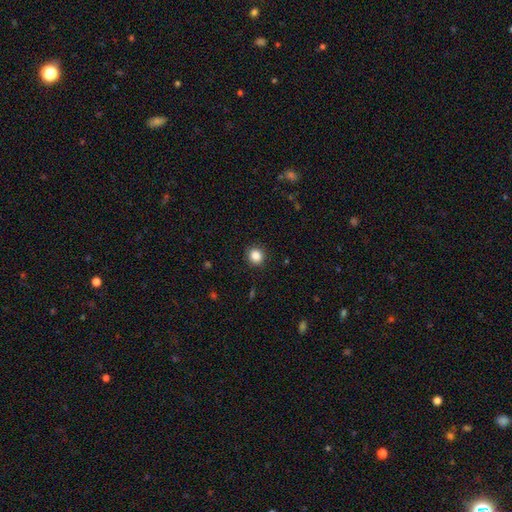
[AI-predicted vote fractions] smooth_or_featured: smooth (p=0.86) [alt: star or artifact p=0.10]
how_rounded: round (p=0.86) [alt: in between p=0.13]
merging: none (p=0.91) [alt: minor disturbance p=0.06]